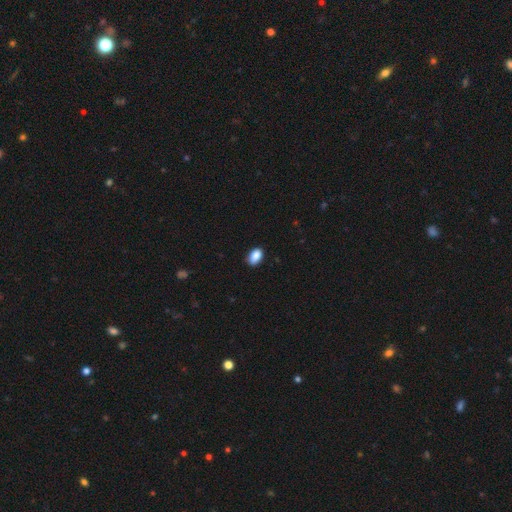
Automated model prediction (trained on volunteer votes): Morphology: type=smooth (88%); roundness=in between (88%); merging=none (83%).